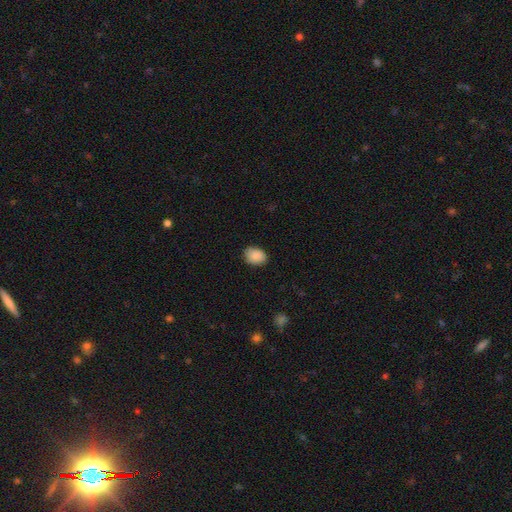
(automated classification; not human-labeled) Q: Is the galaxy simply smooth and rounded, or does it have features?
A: smooth — 89%.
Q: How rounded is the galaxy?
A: in between — 72%.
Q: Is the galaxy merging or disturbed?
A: none — 82%.